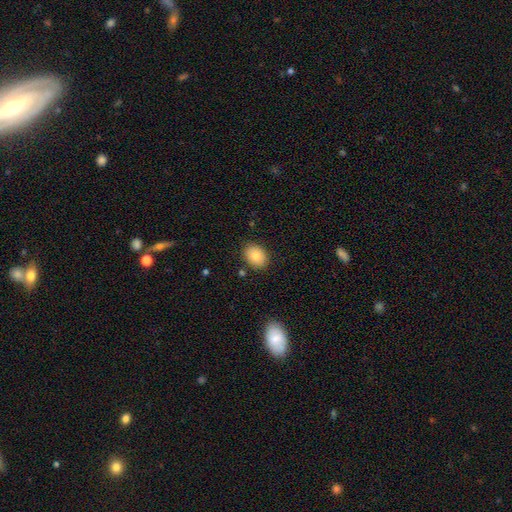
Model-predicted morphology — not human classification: A smooth galaxy with no disk features (82%) that is in between round and cigar-shaped (64%). Merging: none (85%).